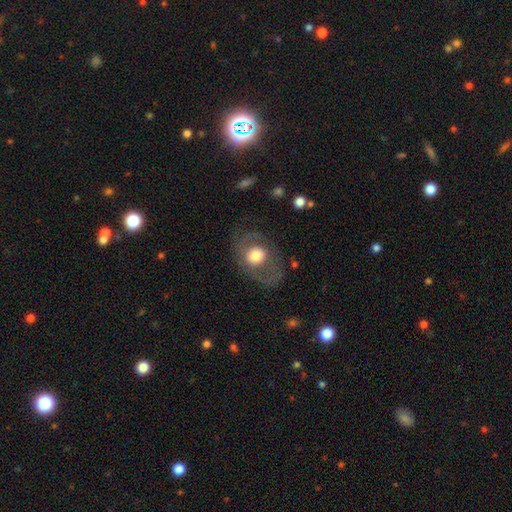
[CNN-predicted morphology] smooth-or-featured: smooth: 51% | featured or disk: 41% | star or artifact: 8%
  how-rounded: round: 56% | in between: 43% | cigar-shaped: 1%
  merging: none: 66% | major disturbance: 17% | minor disturbance: 16% | merger: 2%